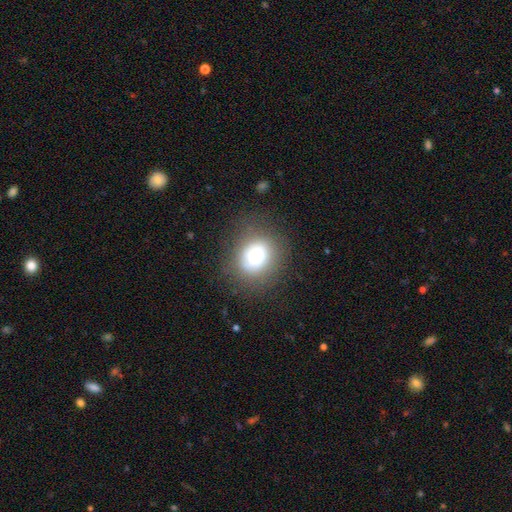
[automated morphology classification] smooth-or-featured: smooth: 67% | featured or disk: 21% | star or artifact: 12%
  how-rounded: round: 68% | in between: 31% | cigar-shaped: 1%
  merging: none: 74% | minor disturbance: 16% | major disturbance: 9% | merger: 1%